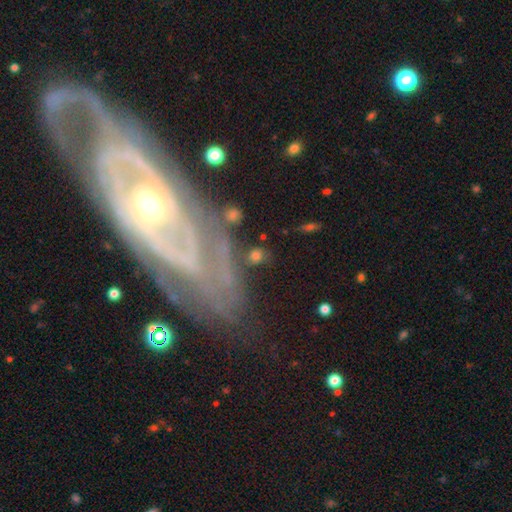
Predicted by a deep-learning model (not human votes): Smooth or featured: smooth — 65% (featured or disk — 20%)
How rounded: round — 72% (in between — 25%)
Merging: none — 75% (minor disturbance — 12%)